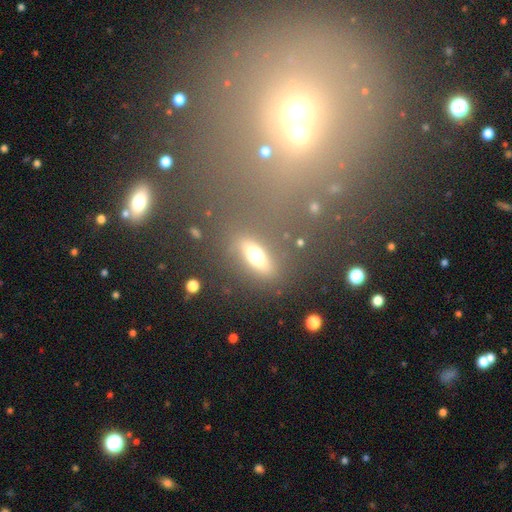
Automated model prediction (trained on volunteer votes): smooth-or-featured: smooth: 59% | featured or disk: 27% | star or artifact: 14%
  how-rounded: in between: 58% | cigar-shaped: 30% | round: 12%
  merging: none: 79% | minor disturbance: 11% | major disturbance: 6% | merger: 4%